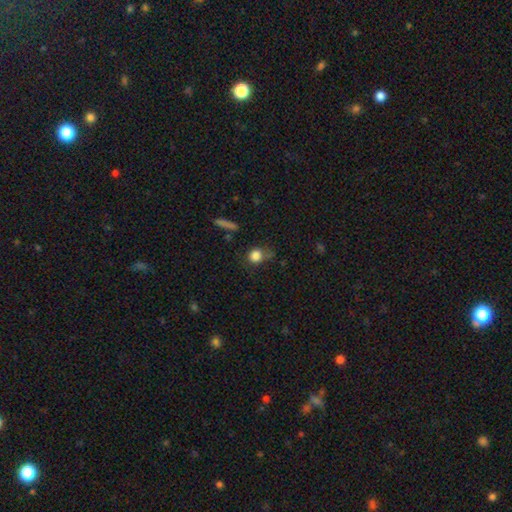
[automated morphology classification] Overall: smooth (82%). How rounded: round (76%). Merging: none (57%; minor disturbance 26%).